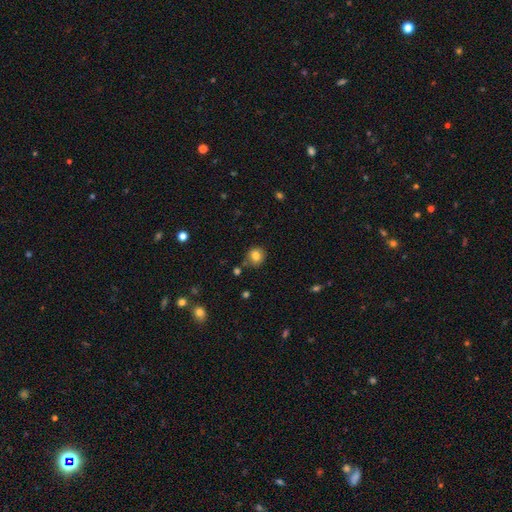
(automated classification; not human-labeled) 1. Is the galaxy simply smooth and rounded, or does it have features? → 81% smooth, 11% star or artifact, 8% featured or disk.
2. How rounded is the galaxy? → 84% round, 15% in between, 1% cigar-shaped.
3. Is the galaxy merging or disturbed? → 78% none, 13% minor disturbance, 6% merger, 3% major disturbance.